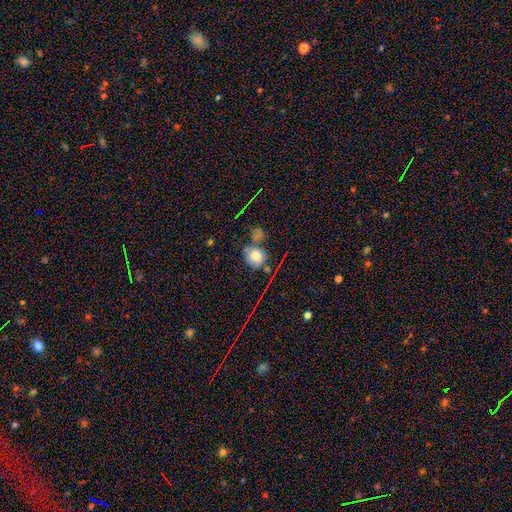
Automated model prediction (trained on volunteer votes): Smooth or featured: smooth — 72% (star or artifact — 14%)
How rounded: round — 65% (in between — 34%)
Merging: none — 52% (merger — 21%)